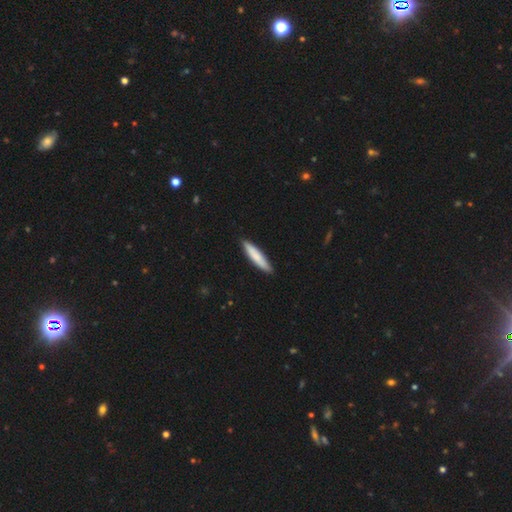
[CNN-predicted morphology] The model was most divided on "smooth or featured": smooth: 80%, featured or disk: 15%, star or artifact: 5%. More confident: merging — none (88%); how rounded — cigar-shaped (86%).